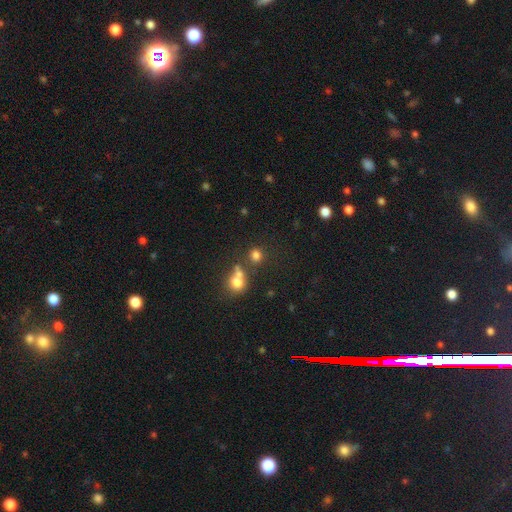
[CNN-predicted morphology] A smooth galaxy with no disk features (66%) that is round (84%). Merging: none (51%).